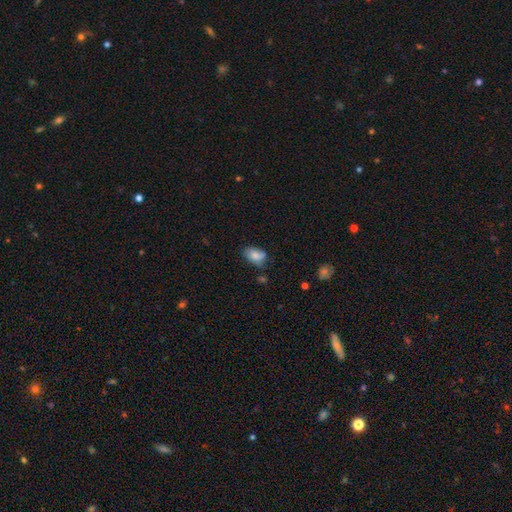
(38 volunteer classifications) smooth-or-featured: smooth: 76% | featured or disk: 16% | star or artifact: 8%
  how-rounded: in between: 86% | round: 14% | cigar-shaped: 0%
  merging: none: 43% (tied) | minor disturbance: 43% (tied) | major disturbance: 14% | merger: 0%